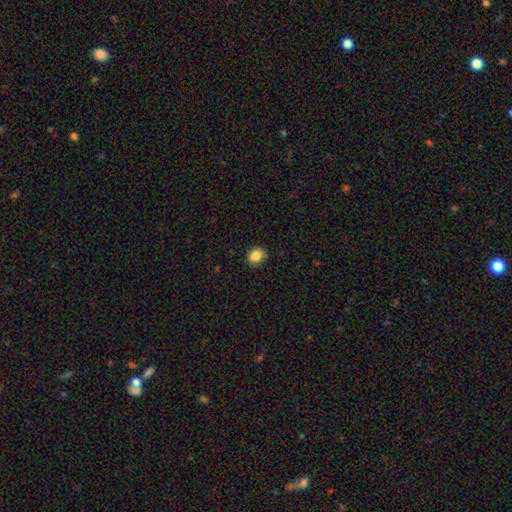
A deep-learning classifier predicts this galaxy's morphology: A smooth galaxy with no disk features (86%) that is round (50%). Merging: none (82%).